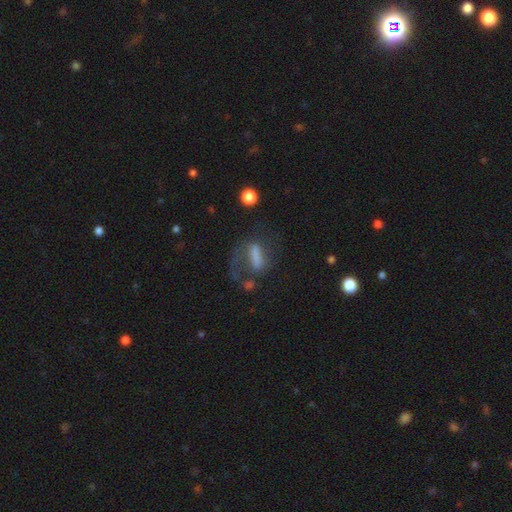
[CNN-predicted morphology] A featured or disk galaxy (43%).

Vote fractions:
- Smooth or featured? featured or disk: 43% / smooth: 40% / star or artifact: 17%
- Merging? none: 39% (tied) / major disturbance: 39% (tied) / minor disturbance: 18% / merger: 5%